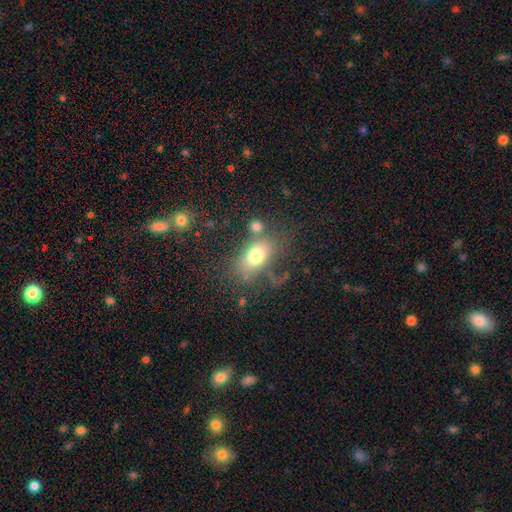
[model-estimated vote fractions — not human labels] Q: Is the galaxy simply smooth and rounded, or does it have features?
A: smooth — 72%.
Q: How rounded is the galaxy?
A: in between — 83%.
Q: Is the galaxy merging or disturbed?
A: none — 51%.